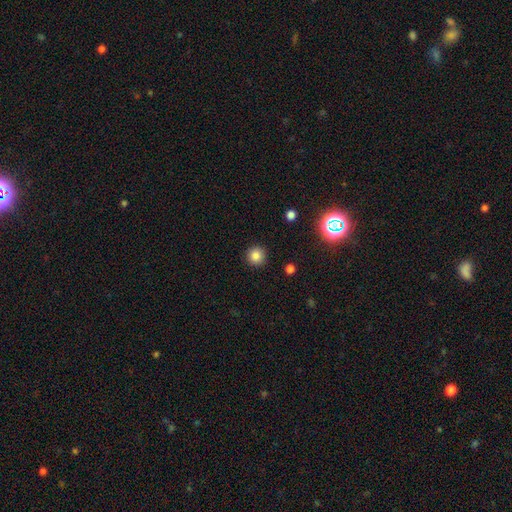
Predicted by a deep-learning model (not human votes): Smooth or featured?
  - smooth: 84% *
  - star or artifact: 12%
  - featured or disk: 4%
How rounded?
  - round: 95% *
  - in between: 4%
  - cigar-shaped: 1%
Merging?
  - none: 92% *
  - minor disturbance: 5%
  - major disturbance: 2%
  - merger: 1%